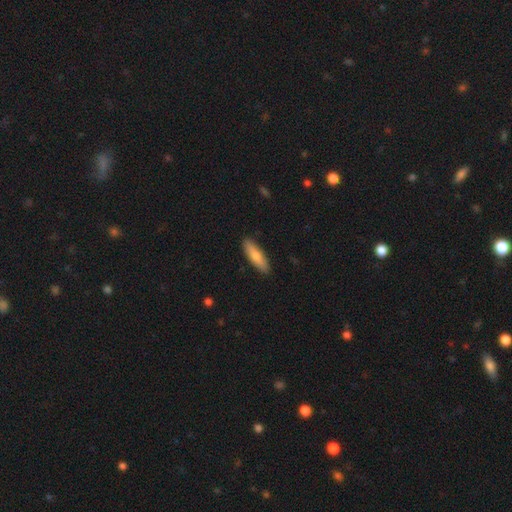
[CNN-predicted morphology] A smooth galaxy with no disk features (73%) that is cigar-shaped (65%).

Vote fractions:
- Smooth or featured? smooth: 73% / featured or disk: 21% / star or artifact: 5%
- How rounded? cigar-shaped: 65% / in between: 33% / round: 2%
- Merging? none: 90% / minor disturbance: 8% / major disturbance: 2% / merger: 1%